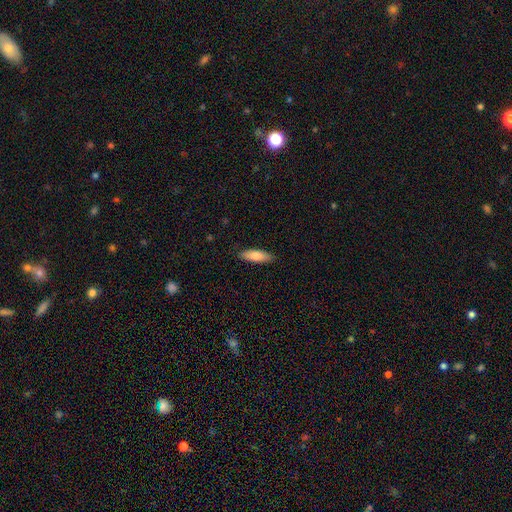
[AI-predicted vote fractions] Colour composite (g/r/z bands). It shows a smooth galaxy with no disk features (80%) that is cigar-shaped (53%). Merging: none (88%).